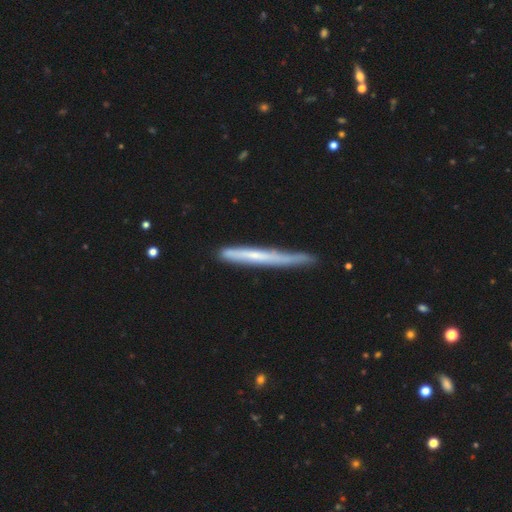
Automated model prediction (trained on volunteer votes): The model was most divided on "smooth or featured": featured or disk: 51%, smooth: 42%, star or artifact: 7%. More confident: edge-on disk — yes (92%); merging — none (69%).